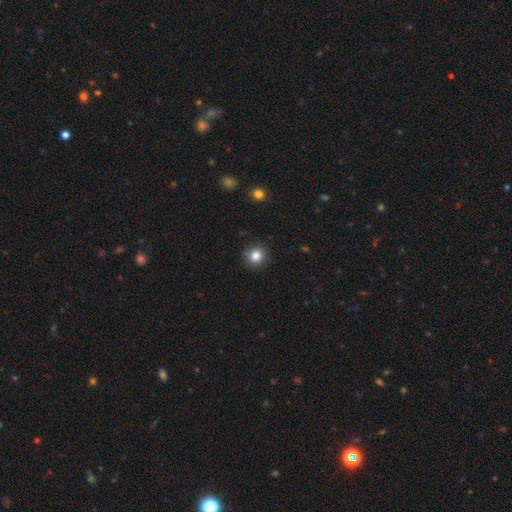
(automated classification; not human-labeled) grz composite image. It shows a smooth galaxy with no disk features (83%) that is round (91%). Merging: none (90%).